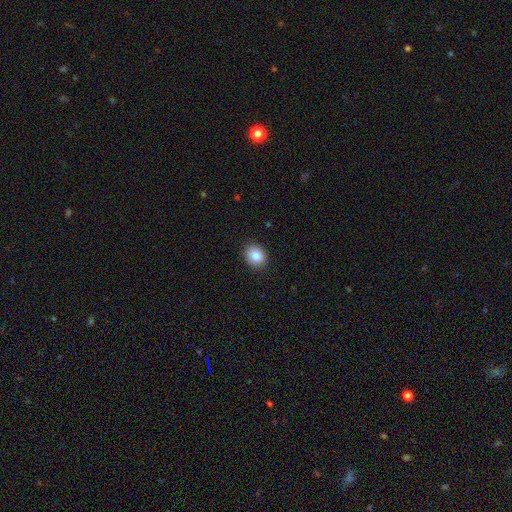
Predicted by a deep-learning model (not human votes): smooth_or_featured: smooth (p=0.86) [alt: star or artifact p=0.09]
how_rounded: round (p=0.61) [alt: in between p=0.38]
merging: none (p=0.90) [alt: minor disturbance p=0.07]